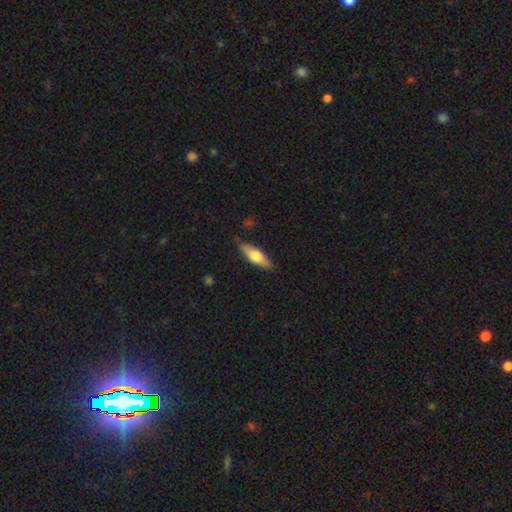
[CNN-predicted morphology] smooth-or-featured: smooth: 58% | featured or disk: 36% | star or artifact: 6%
  how-rounded: in between: 54% | cigar-shaped: 44% | round: 2%
  merging: none: 82% | minor disturbance: 14% | major disturbance: 2% | merger: 2%